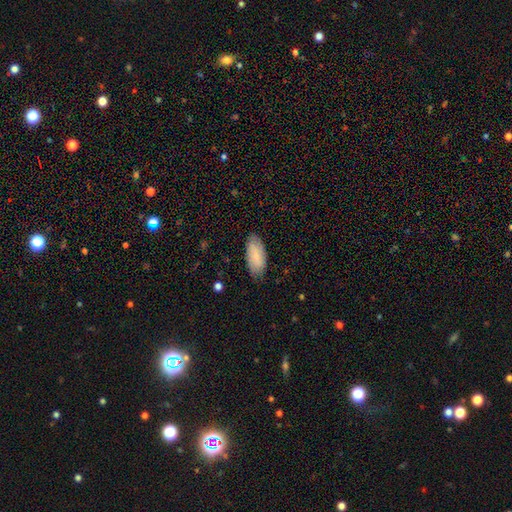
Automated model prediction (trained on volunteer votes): Q: Smooth or featured?
A: smooth (76%); runner-up: featured or disk (18%)
Q: How rounded?
A: in between (89%); runner-up: cigar-shaped (10%)
Q: Merging?
A: none (81%); runner-up: minor disturbance (15%)